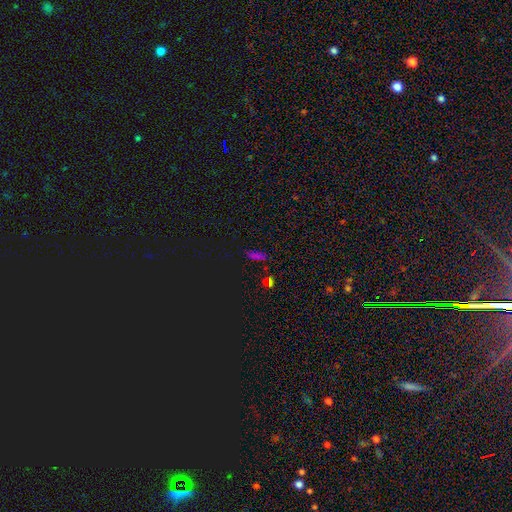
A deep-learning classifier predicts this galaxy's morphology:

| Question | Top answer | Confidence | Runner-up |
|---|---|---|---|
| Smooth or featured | smooth | 48% | star or artifact (43%) |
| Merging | none | 75% | minor disturbance (16%) |